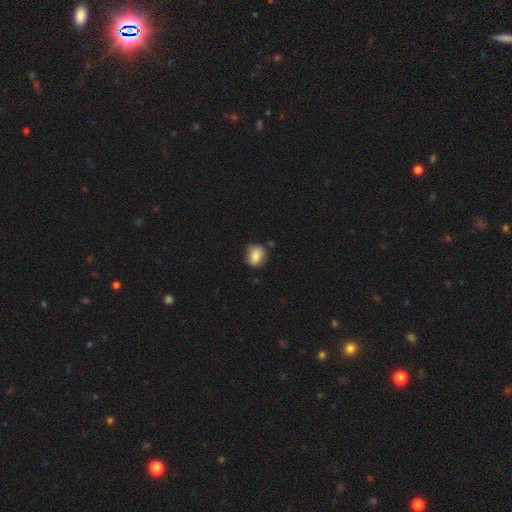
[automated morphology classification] smooth 83%, star or artifact 9%, featured or disk 8%. Down the decision tree: how rounded — in between (55%); merging — none (68%).